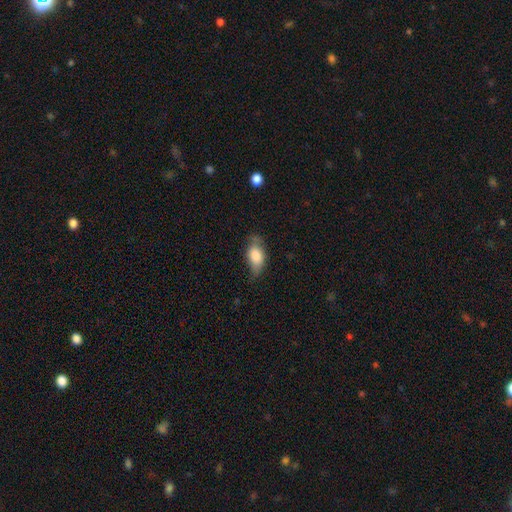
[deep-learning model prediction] The model was most divided on "merging": none: 55%, minor disturbance: 34%, major disturbance: 10%, merger: 2%. More confident: how rounded — in between (88%); smooth or featured — smooth (75%).